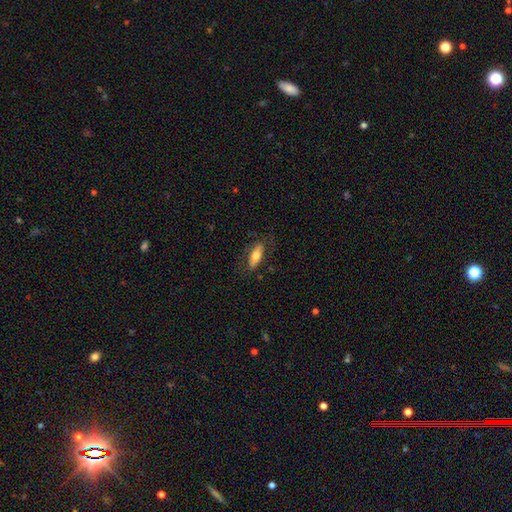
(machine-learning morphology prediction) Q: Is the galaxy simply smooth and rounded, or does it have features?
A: smooth — 65%.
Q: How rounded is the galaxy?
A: in between — 68%.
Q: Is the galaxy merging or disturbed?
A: none — 76%.